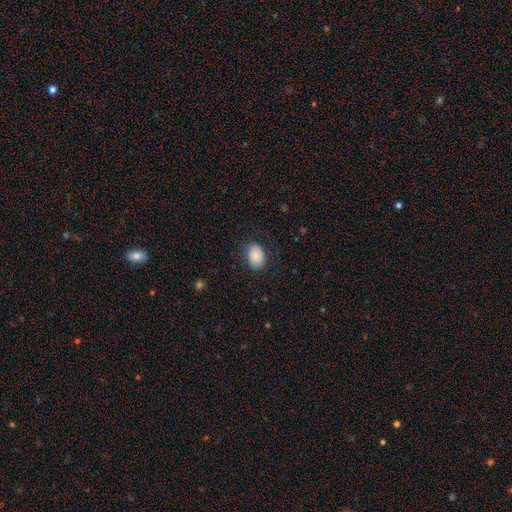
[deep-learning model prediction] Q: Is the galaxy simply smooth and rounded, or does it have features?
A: smooth — 82%.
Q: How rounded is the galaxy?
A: in between — 78%.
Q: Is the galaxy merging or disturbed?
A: none — 82%.